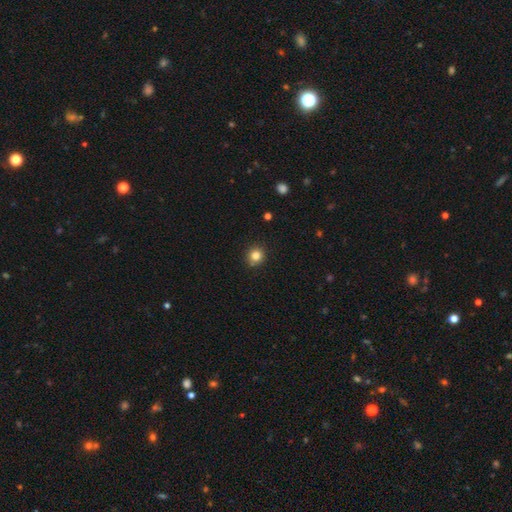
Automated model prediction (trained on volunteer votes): This is clearly a smooth galaxy (83%). How rounded: clearly round (92%). Merging: clearly none (88%).